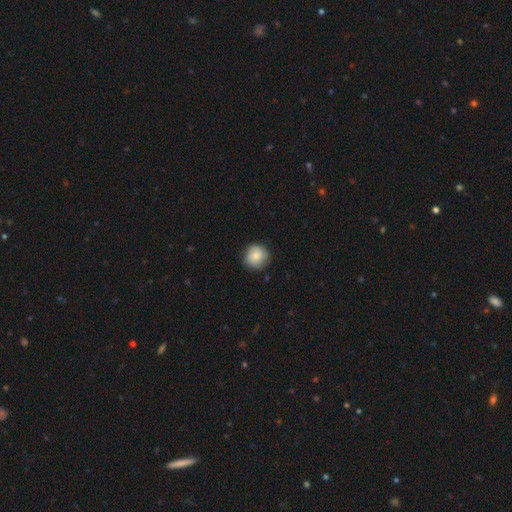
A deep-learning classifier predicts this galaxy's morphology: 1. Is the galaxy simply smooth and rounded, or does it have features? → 80% smooth, 13% featured or disk, 7% star or artifact.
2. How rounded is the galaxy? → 93% round, 6% in between, 1% cigar-shaped.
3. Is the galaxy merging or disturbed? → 82% none, 14% minor disturbance, 3% major disturbance, 1% merger.